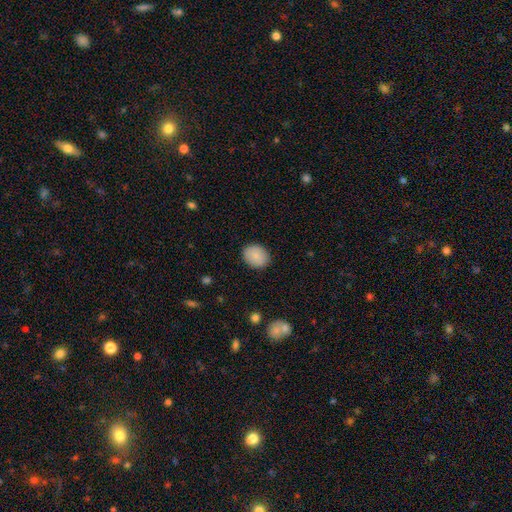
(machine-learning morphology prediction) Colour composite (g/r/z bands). It shows a smooth galaxy with no disk features (86%) that is round (51%). Merging: none (88%).